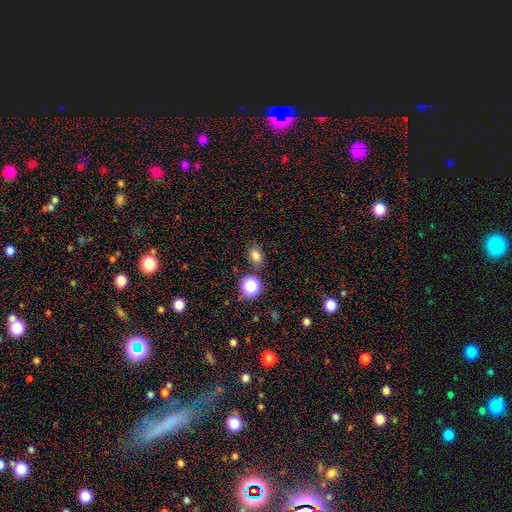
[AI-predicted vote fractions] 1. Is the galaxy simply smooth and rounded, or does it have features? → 77% smooth, 17% star or artifact, 6% featured or disk.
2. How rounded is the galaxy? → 64% in between, 35% round, 1% cigar-shaped.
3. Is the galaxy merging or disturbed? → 79% none, 13% minor disturbance, 5% merger, 4% major disturbance.